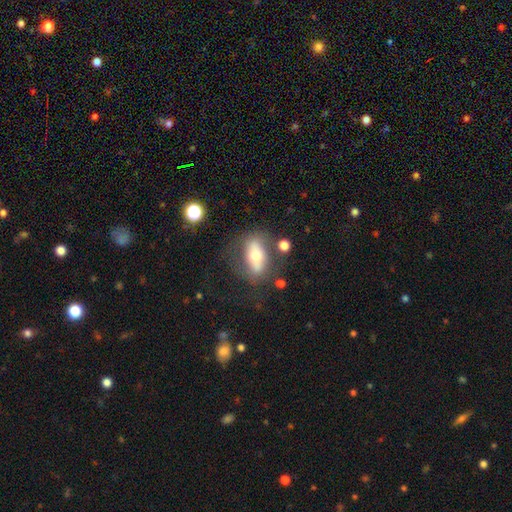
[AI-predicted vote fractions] Smooth or featured? Predicted: smooth (p=0.47). Merging? Predicted: none (p=0.68).